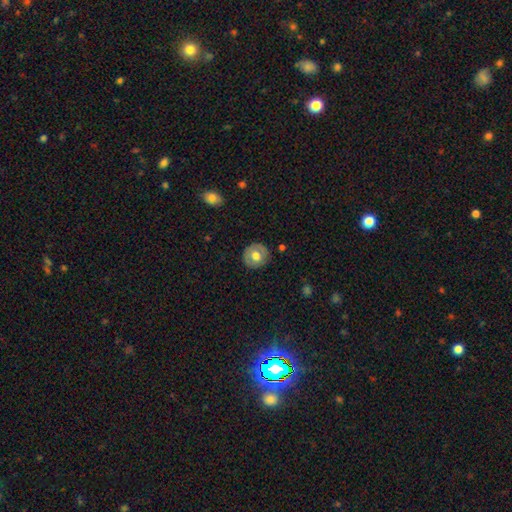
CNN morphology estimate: type=smooth (60%); roundness=round (86%); merging=none (83%).